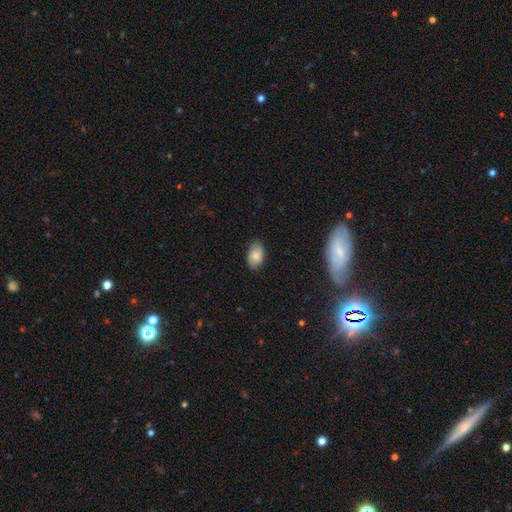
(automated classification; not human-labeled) smooth_or_featured: smooth (p=0.73) [alt: featured or disk p=0.19]
how_rounded: in between (p=0.91) [alt: round p=0.08]
merging: none (p=0.80) [alt: minor disturbance p=0.16]